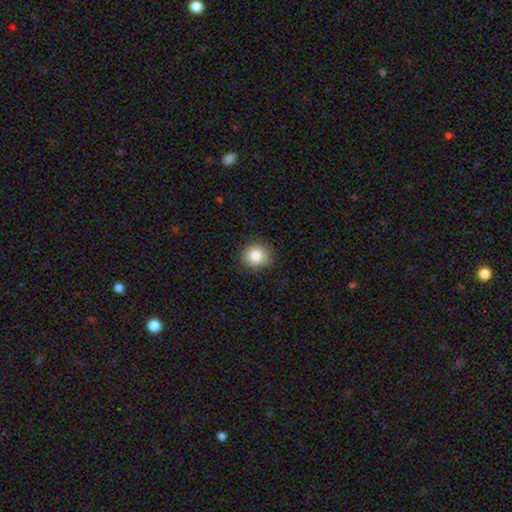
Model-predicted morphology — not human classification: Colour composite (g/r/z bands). It shows a smooth galaxy with no disk features (85%) that is round (89%). Merging: none (89%).